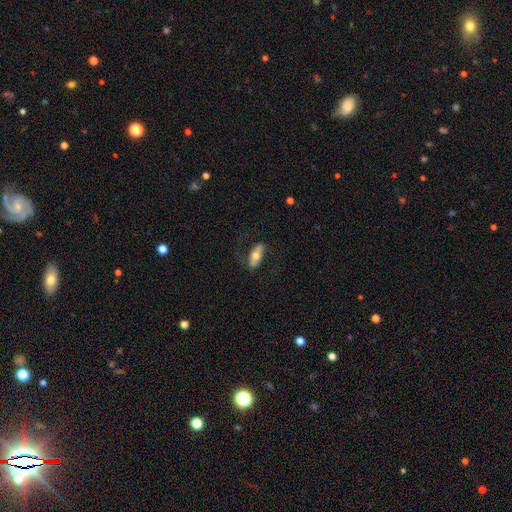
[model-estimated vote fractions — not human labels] Smooth or featured: smooth — 51% (featured or disk — 43%)
How rounded: in between — 69% (cigar-shaped — 28%)
Merging: none — 68% (minor disturbance — 18%)